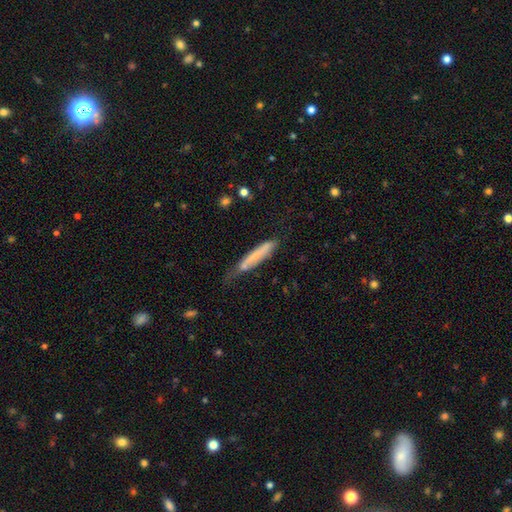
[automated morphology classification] smooth 64%, featured or disk 29%, star or artifact 7%. Down the decision tree: how rounded — cigar-shaped (92%); merging — none (50%).